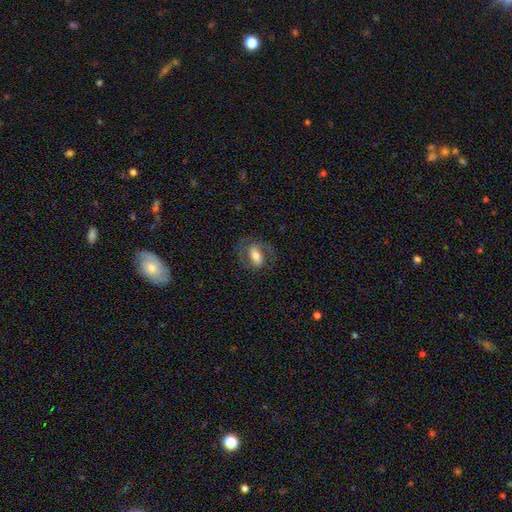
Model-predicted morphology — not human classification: featured or disk 50%, smooth 43%, star or artifact 8%. Down the decision tree: merging — none (68%).